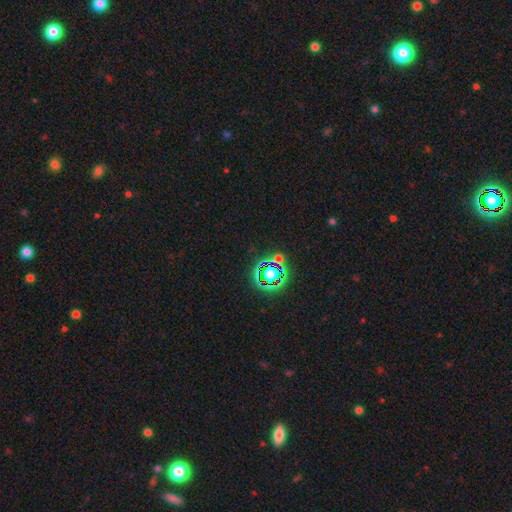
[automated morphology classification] Overall: star or artifact (72%).